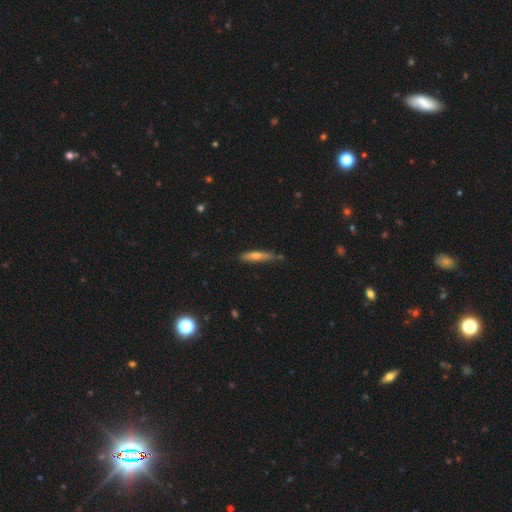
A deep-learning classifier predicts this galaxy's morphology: Smooth or featured? smooth (57%)
How rounded? cigar-shaped (87%)
Merging? none (76%)